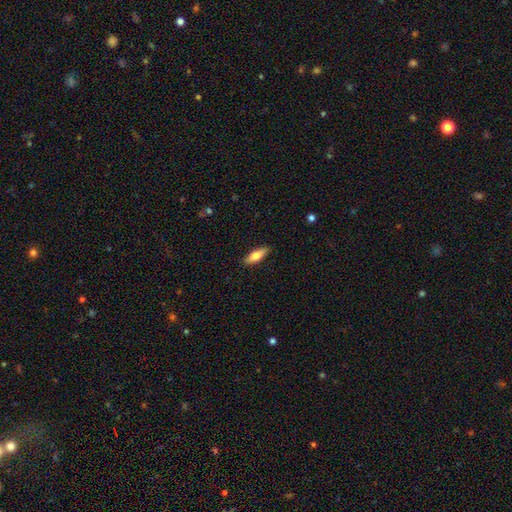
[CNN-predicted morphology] A smooth galaxy with no disk features (71%) that is in between round and cigar-shaped (55%). Merging: none (89%).